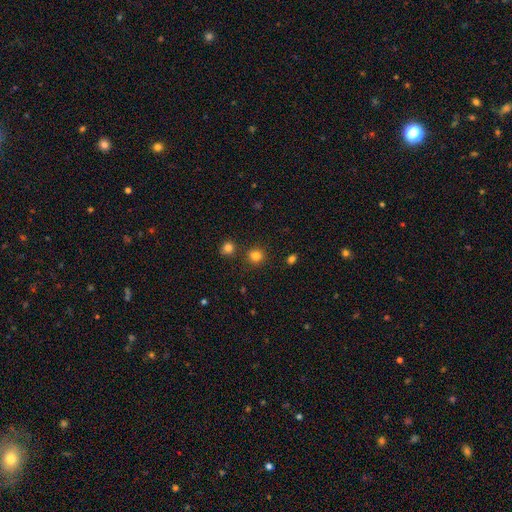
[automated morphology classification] type=smooth (81%); roundness=round (89%); merging=none (82%).